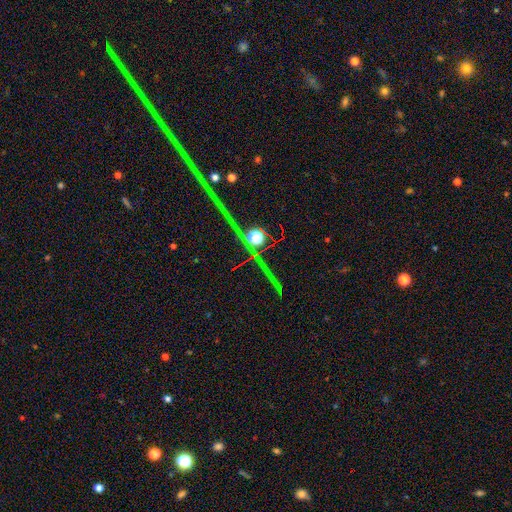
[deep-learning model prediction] The model was most divided on "smooth or featured": star or artifact: 78%, featured or disk: 13%, smooth: 9%.